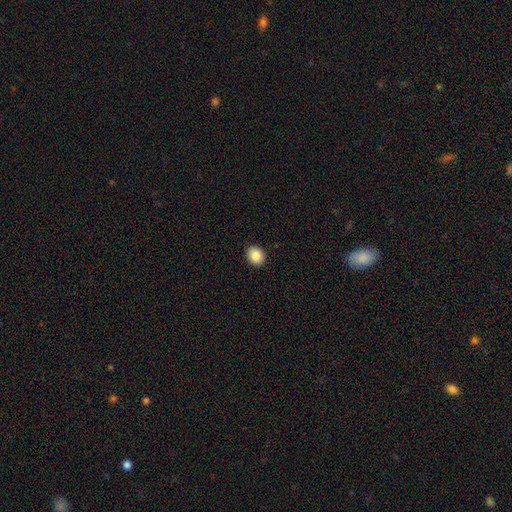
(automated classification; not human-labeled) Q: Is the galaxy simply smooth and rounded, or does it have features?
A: smooth — 87%.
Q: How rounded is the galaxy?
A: round — 60%.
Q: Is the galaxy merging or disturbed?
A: none — 92%.